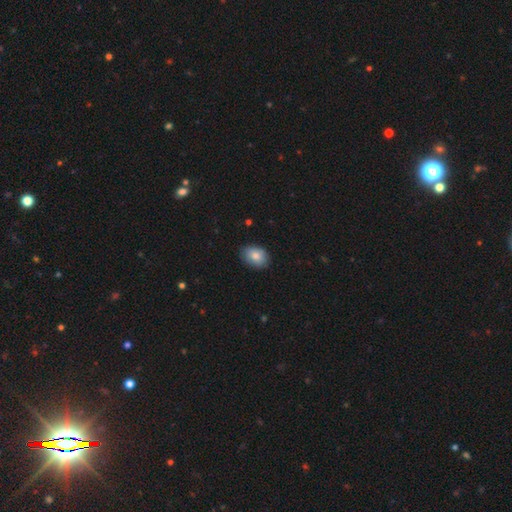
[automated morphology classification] This is clearly a smooth galaxy (82%). How rounded: likely in between (78%). Merging: clearly none (84%).